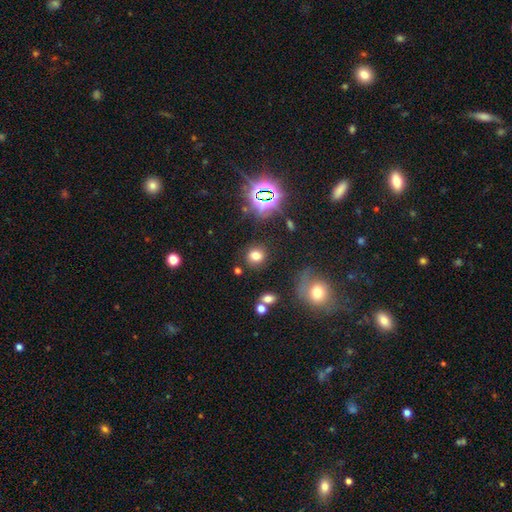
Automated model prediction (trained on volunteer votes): Smooth or featured?
  - smooth: 70% *
  - star or artifact: 21%
  - featured or disk: 8%
How rounded?
  - round: 78% *
  - in between: 21%
  - cigar-shaped: 1%
Merging?
  - none: 83% *
  - minor disturbance: 9%
  - merger: 4%
  - major disturbance: 4%